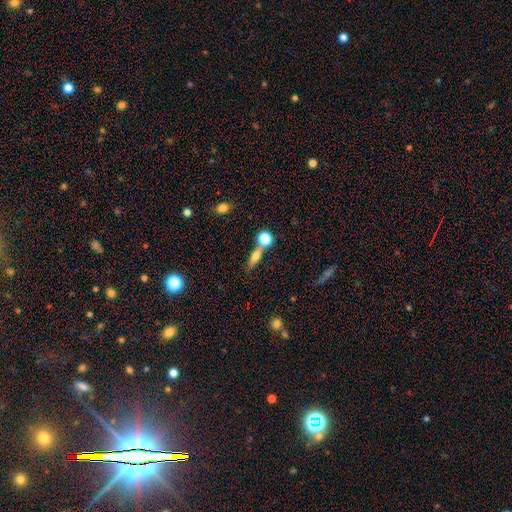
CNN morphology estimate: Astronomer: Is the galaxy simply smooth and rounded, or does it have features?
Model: smooth — 60%.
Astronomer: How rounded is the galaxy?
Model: cigar-shaped — 46% (runner-up: in between, 39%).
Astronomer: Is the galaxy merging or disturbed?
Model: none — 55%.